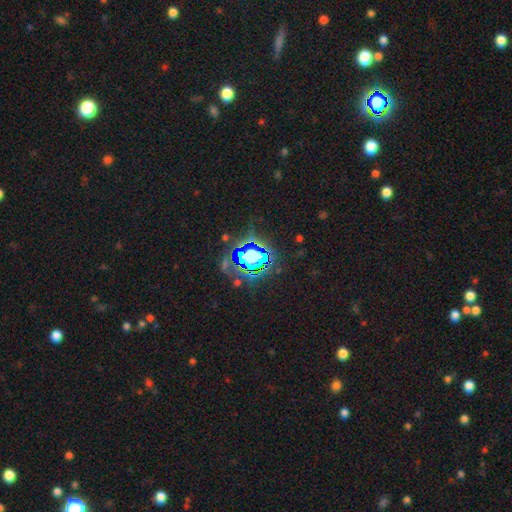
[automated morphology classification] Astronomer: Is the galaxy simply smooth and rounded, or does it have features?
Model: star or artifact — 65%.